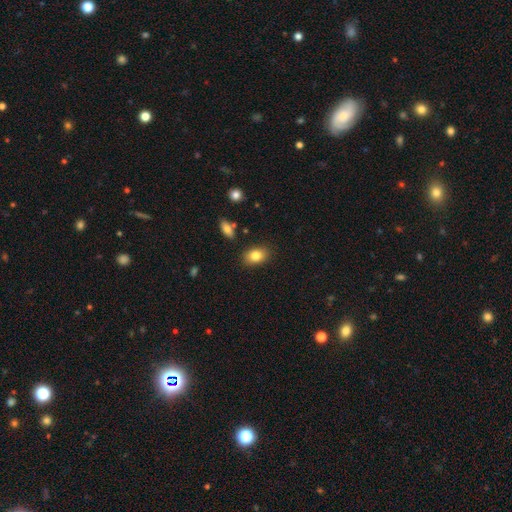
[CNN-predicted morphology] type=smooth (83%); roundness=in between (80%); merging=none (85%).